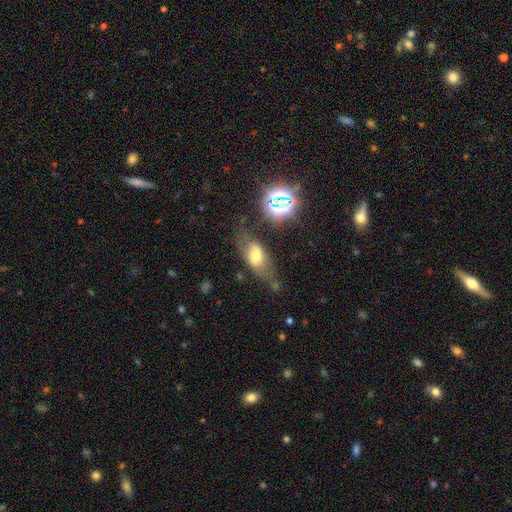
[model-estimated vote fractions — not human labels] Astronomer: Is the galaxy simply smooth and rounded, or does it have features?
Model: smooth — 46% (runner-up: featured or disk, 38%).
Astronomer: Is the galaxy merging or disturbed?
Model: none — 51%.